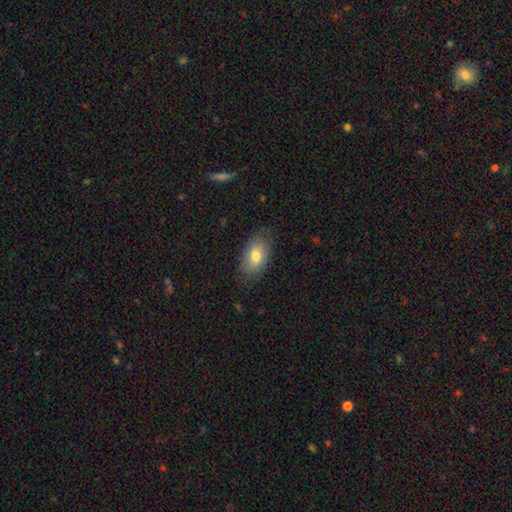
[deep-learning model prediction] smooth 77%, featured or disk 16%, star or artifact 7%. Down the decision tree: how rounded — in between (91%); merging — none (81%).